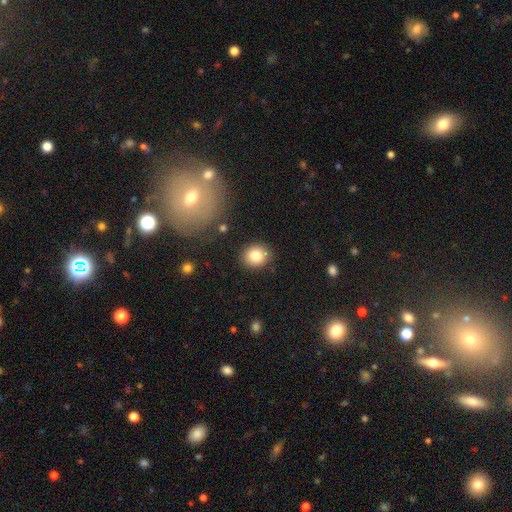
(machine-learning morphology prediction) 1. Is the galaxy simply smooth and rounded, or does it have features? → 82% smooth, 9% star or artifact, 8% featured or disk.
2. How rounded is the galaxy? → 70% round, 29% in between, 1% cigar-shaped.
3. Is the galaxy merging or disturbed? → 87% none, 9% minor disturbance, 2% major disturbance, 2% merger.